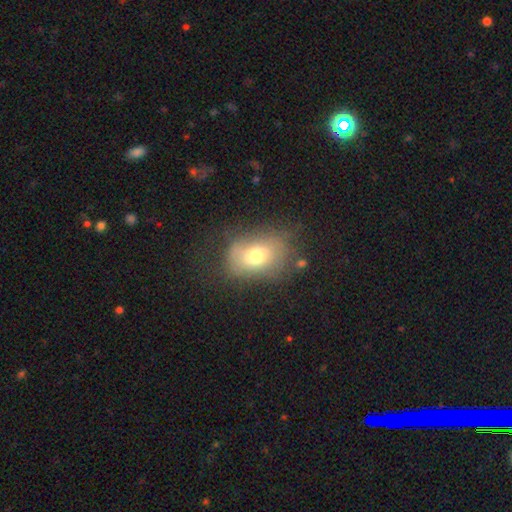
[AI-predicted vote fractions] Smooth or featured: smooth — 68% (featured or disk — 21%)
How rounded: in between — 72% (round — 27%)
Merging: none — 57% (minor disturbance — 25%)